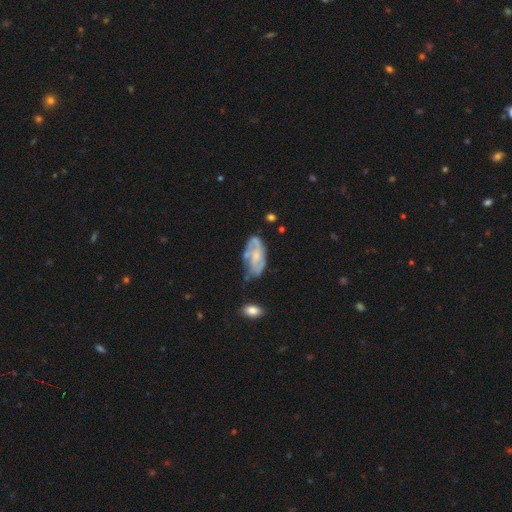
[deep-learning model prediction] Smooth or featured? Predicted: featured or disk (p=0.63). Edge-on disk? Predicted: no (p=0.94). Bar? Predicted: no (p=0.64). Spiral arms? Predicted: yes (p=0.70). Bulge size? Predicted: small (p=0.39). Merging? Predicted: none (p=0.51).